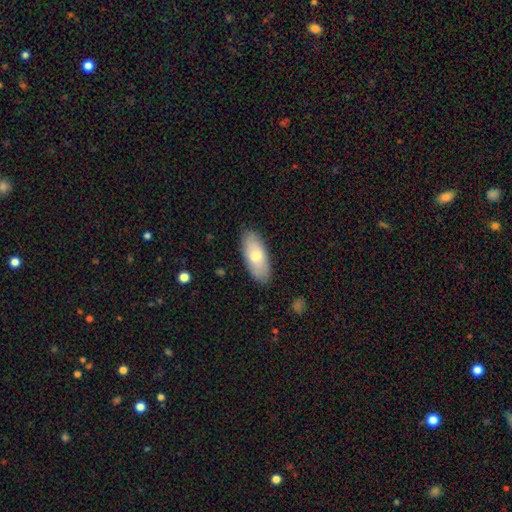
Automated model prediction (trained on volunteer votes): Smooth or featured: smooth — 71% (featured or disk — 23%)
How rounded: in between — 85% (cigar-shaped — 13%)
Merging: none — 86% (minor disturbance — 11%)